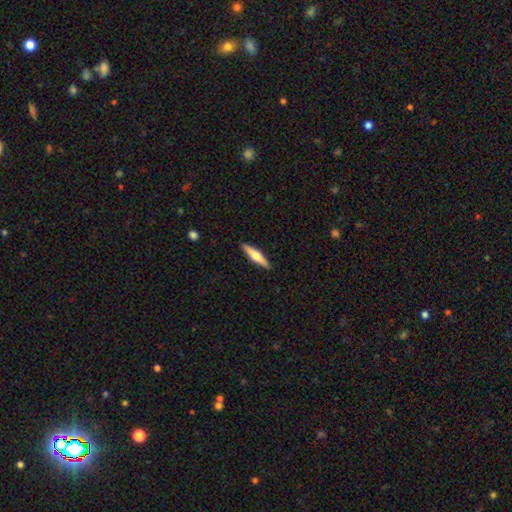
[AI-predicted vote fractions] smooth-or-featured: smooth: 48% | featured or disk: 47% | star or artifact: 5%
  merging: none: 91% | minor disturbance: 7% | major disturbance: 1% | merger: 1%